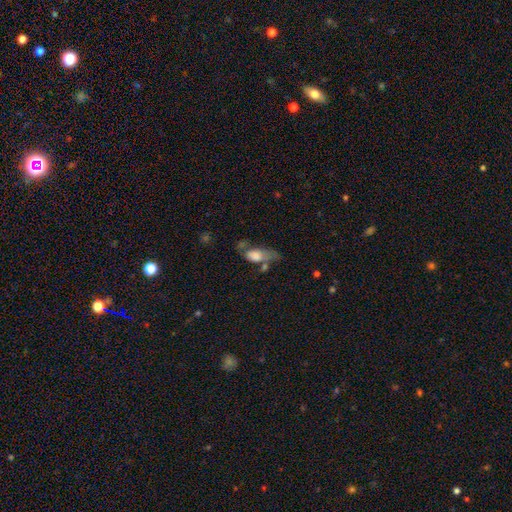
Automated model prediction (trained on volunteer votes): Smooth or featured: smooth — 69% (featured or disk — 21%)
How rounded: in between — 83% (cigar-shaped — 11%)
Merging: major disturbance — 32% (merger — 24%)